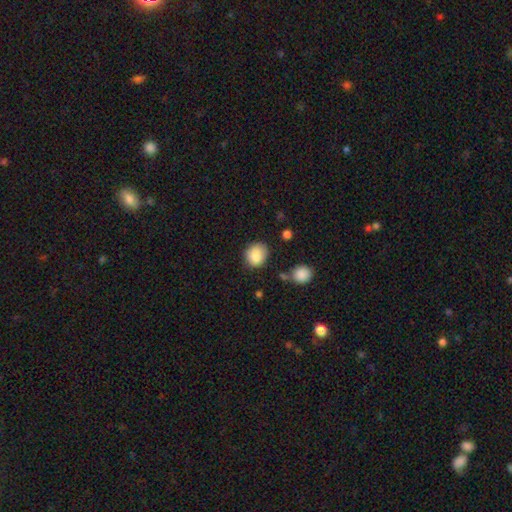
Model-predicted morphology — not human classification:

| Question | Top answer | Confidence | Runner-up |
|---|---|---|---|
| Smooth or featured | smooth | 86% | star or artifact (8%) |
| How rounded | round | 74% | in between (25%) |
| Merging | none | 73% | minor disturbance (18%) |